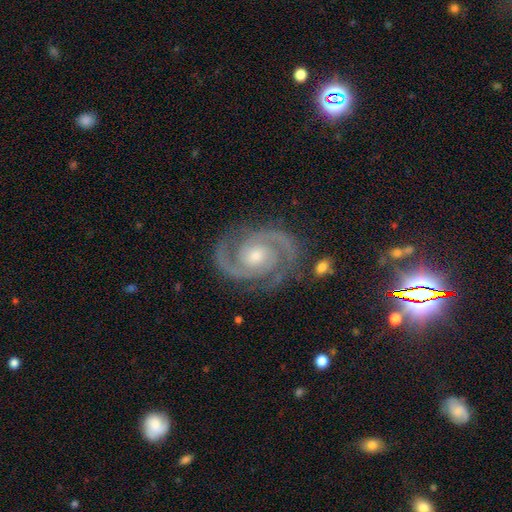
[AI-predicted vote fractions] Smooth or featured?
  - featured or disk: 93% *
  - star or artifact: 5%
  - smooth: 2%
Edge-on disk?
  - no: 98% *
  - yes: 2%
Bar?
  - no: 66% *
  - weak: 24%
  - strong: 10%
Spiral arms?
  - yes: 99% *
  - no: 1%
Spiral winding?
  - tight: 55% *
  - medium: 40%
  - loose: 4%
Spiral arm count?
  - 2: 93% *
  - 3: 3%
  - can't tell: 1%
  - 1: 1%
  - 4: 1%
  - more than 4: 1%
Bulge size?
  - moderate: 57% *
  - small: 37%
  - large: 3%
  - none: 2%
  - dominant: 1%
Merging?
  - none: 84% *
  - minor disturbance: 11%
  - major disturbance: 3%
  - merger: 2%